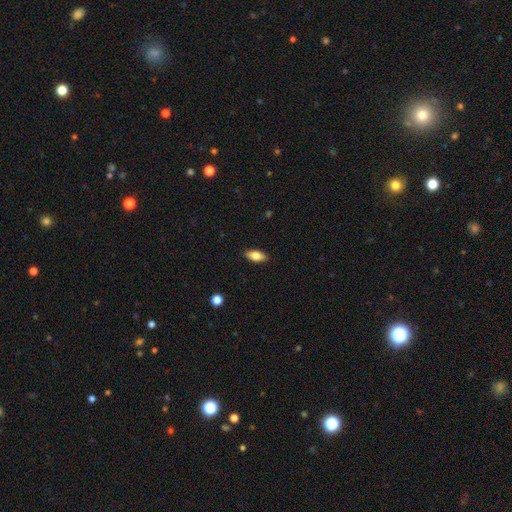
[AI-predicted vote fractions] Smooth or featured?
  - smooth: 76% *
  - featured or disk: 17%
  - star or artifact: 7%
How rounded?
  - in between: 86% *
  - cigar-shaped: 11%
  - round: 3%
Merging?
  - none: 89% *
  - minor disturbance: 8%
  - major disturbance: 2%
  - merger: 1%